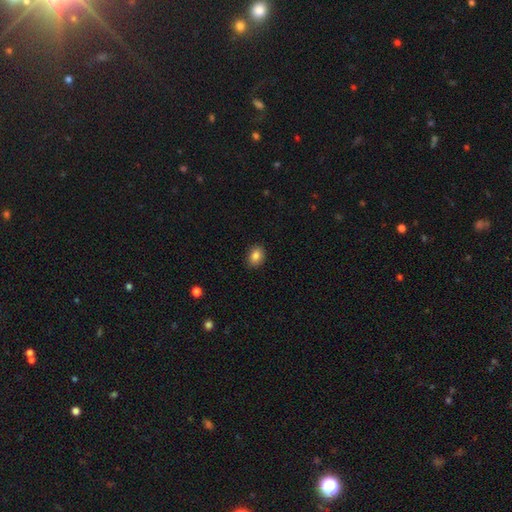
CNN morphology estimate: type=smooth (85%); roundness=in between (62%); merging=none (89%).